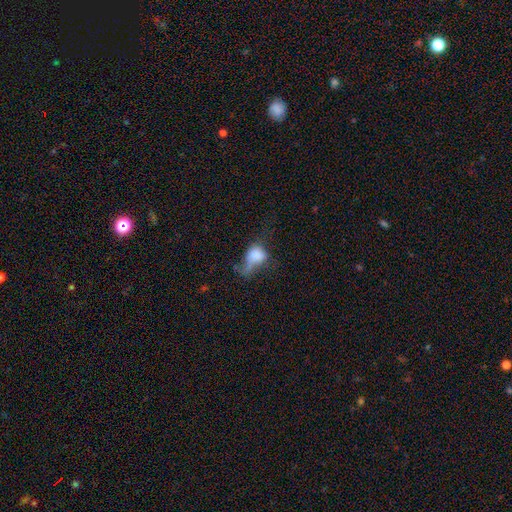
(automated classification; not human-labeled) This appears to be a smooth galaxy with no disk features (69%) that is in between round and cigar-shaped (64%). Merging: major disturbance (45%).